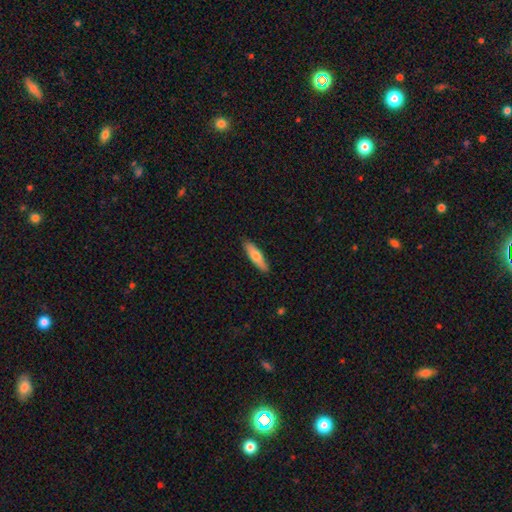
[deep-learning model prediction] A smooth galaxy with no disk features (70%) that is cigar-shaped (70%). Merging: none (89%).